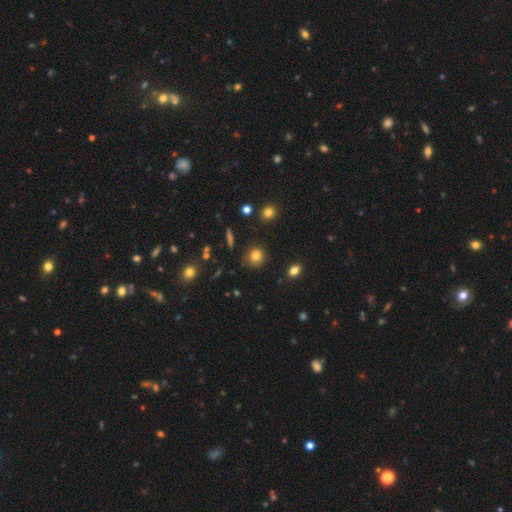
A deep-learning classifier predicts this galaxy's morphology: smooth-or-featured: smooth: 79% | star or artifact: 12% | featured or disk: 8%
  how-rounded: round: 88% | in between: 11% | cigar-shaped: 1%
  merging: none: 80% | minor disturbance: 13% | major disturbance: 4% | merger: 2%